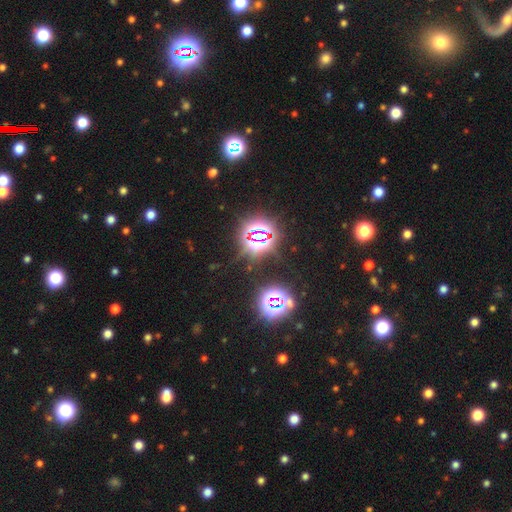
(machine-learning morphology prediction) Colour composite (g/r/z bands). It shows a star or artifact, not a galaxy (74%).